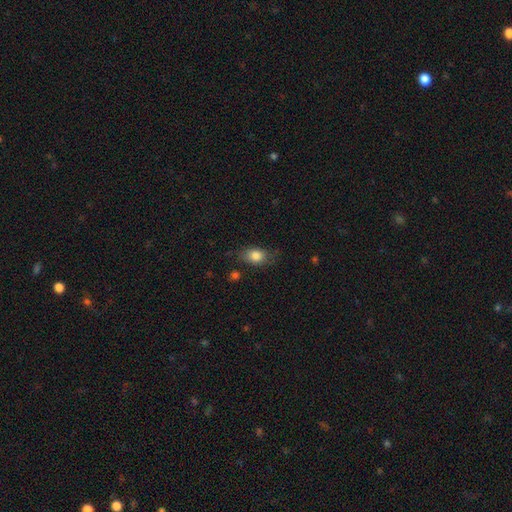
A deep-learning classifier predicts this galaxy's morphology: Smooth or featured? Predicted: smooth (p=0.81). How rounded? Predicted: in between (p=0.77). Merging? Predicted: none (p=0.70).